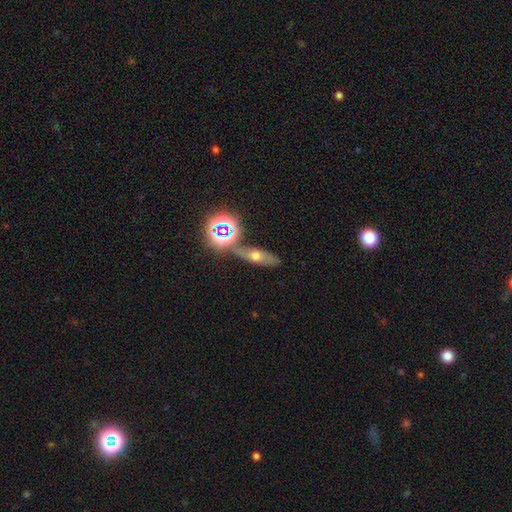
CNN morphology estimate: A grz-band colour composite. It shows a smooth galaxy with no disk features (43%). Merging: none (67%).